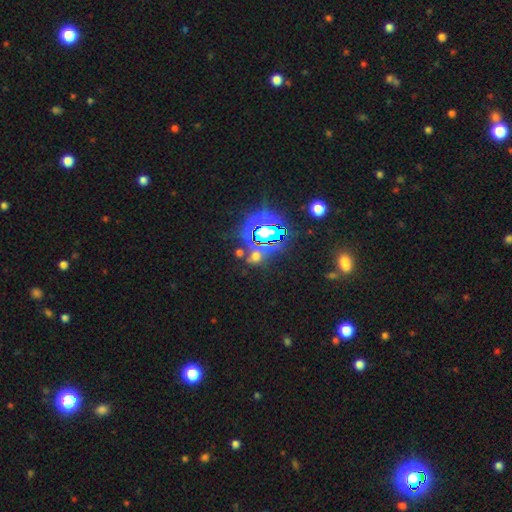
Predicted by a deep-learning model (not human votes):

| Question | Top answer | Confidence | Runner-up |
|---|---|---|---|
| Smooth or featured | star or artifact | 60% | smooth (30%) |